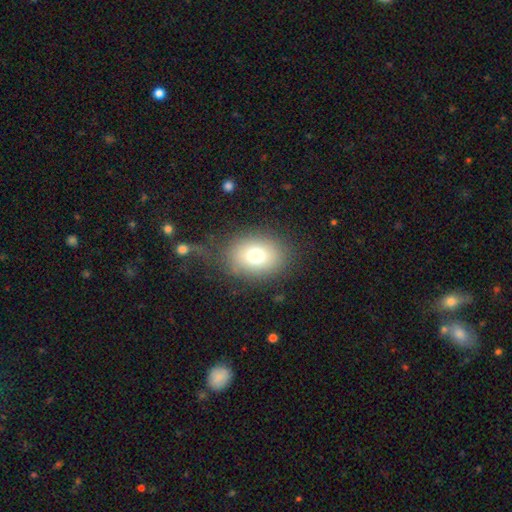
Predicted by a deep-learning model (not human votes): The model was most divided on "how rounded": in between: 58%, round: 41%, cigar-shaped: 1%. More confident: merging — none (74%); smooth or featured — smooth (73%).